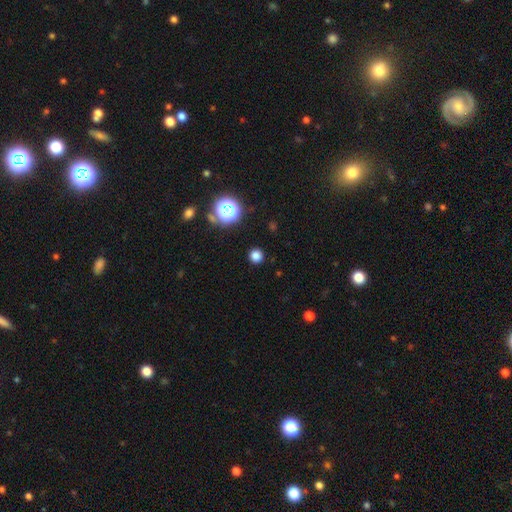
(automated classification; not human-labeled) Smooth or featured?
  - smooth: 78% *
  - star or artifact: 17%
  - featured or disk: 4%
How rounded?
  - round: 94% *
  - in between: 5%
  - cigar-shaped: 1%
Merging?
  - none: 91% *
  - minor disturbance: 5%
  - major disturbance: 2%
  - merger: 2%